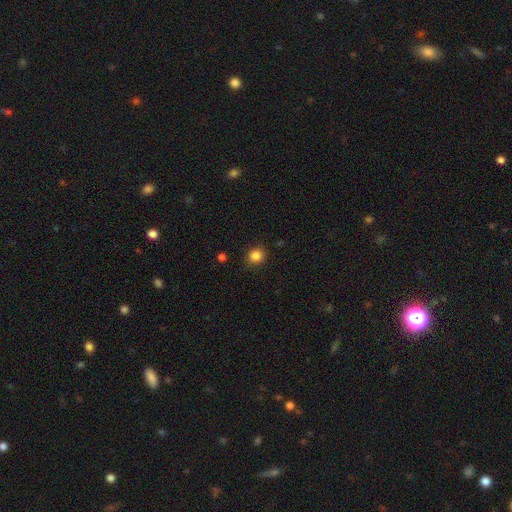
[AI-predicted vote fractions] Smooth or featured? smooth (85%)
How rounded? round (84%)
Merging? none (89%)